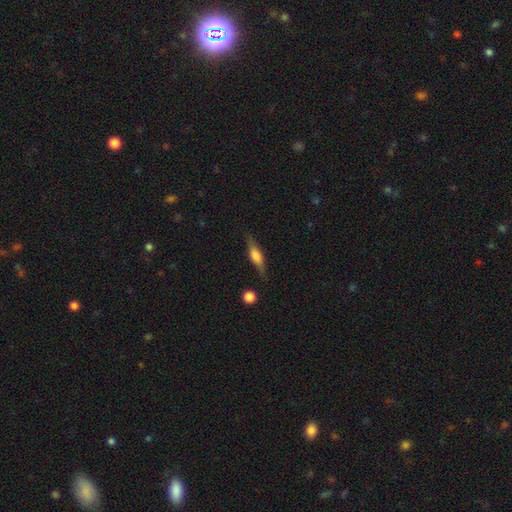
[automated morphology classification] A smooth galaxy with no disk features (49%). Merging: none (77%).